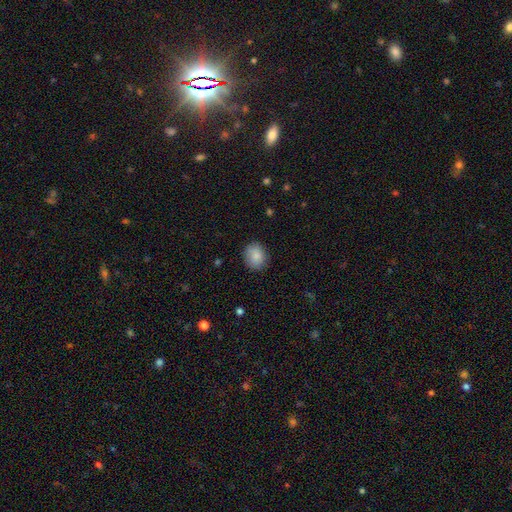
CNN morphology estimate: A smooth galaxy with no disk features (86%) that is round (56%).

Vote fractions:
- Smooth or featured? smooth: 86% / star or artifact: 8% / featured or disk: 7%
- How rounded? round: 56% / in between: 43% / cigar-shaped: 1%
- Merging? none: 84% / minor disturbance: 13% / major disturbance: 3% / merger: 1%